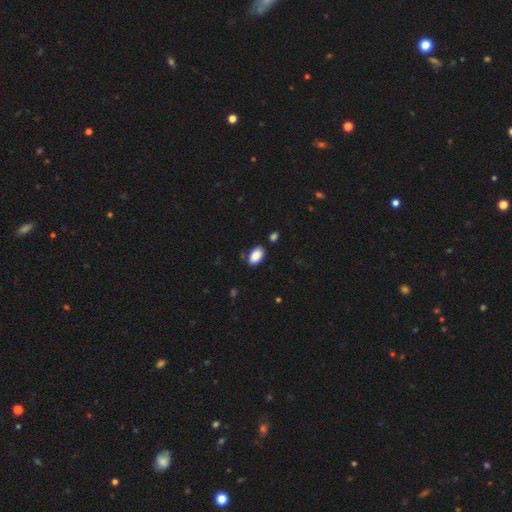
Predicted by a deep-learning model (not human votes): This is clearly a smooth galaxy (89%). How rounded: clearly in between (93%). Merging: clearly none (80%).